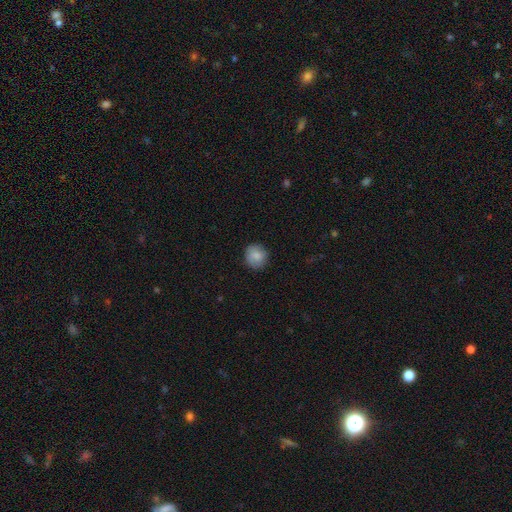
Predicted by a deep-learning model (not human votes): smooth 85%, star or artifact 8%, featured or disk 7%. Down the decision tree: how rounded — round (88%); merging — none (86%).